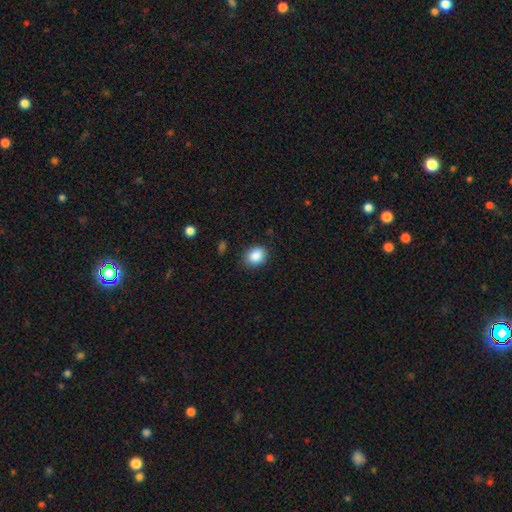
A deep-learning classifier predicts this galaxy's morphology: Q: Smooth or featured?
A: smooth (88%); runner-up: star or artifact (9%)
Q: How rounded?
A: round (50%); runner-up: in between (49%)
Q: Merging?
A: none (84%); runner-up: minor disturbance (12%)